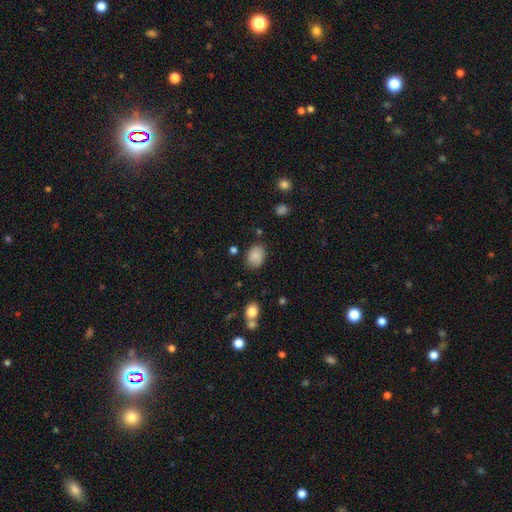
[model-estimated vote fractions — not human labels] Smooth or featured? Predicted: smooth (p=0.85). How rounded? Predicted: in between (p=0.61). Merging? Predicted: none (p=0.78).